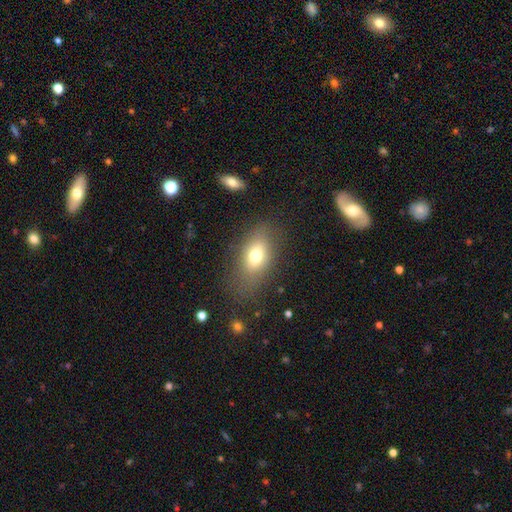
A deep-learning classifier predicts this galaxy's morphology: Smooth or featured?
  - smooth: 72% *
  - featured or disk: 17%
  - star or artifact: 11%
How rounded?
  - in between: 83% *
  - round: 12%
  - cigar-shaped: 5%
Merging?
  - none: 73% *
  - minor disturbance: 16%
  - major disturbance: 9%
  - merger: 2%